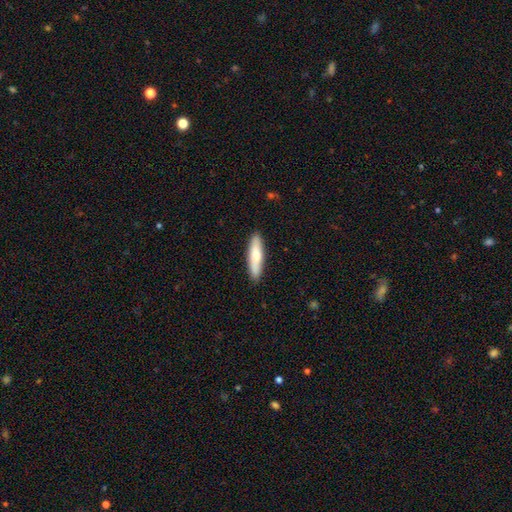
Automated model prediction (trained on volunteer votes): Overall: smooth (72%). How rounded: cigar-shaped (77%). Merging: none (89%).